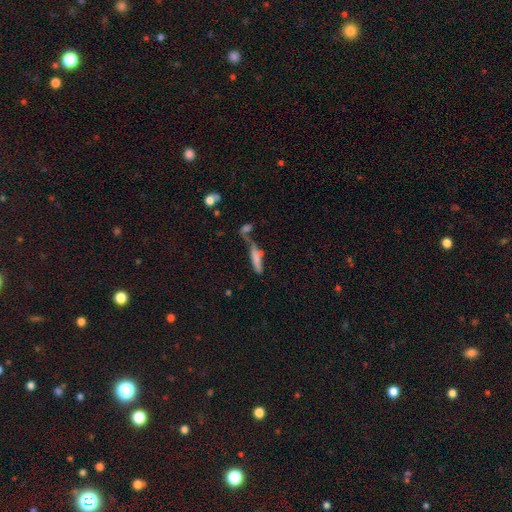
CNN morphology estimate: Smooth or featured?
  - smooth: 67% *
  - featured or disk: 24%
  - star or artifact: 9%
How rounded?
  - cigar-shaped: 76% *
  - in between: 22%
  - round: 2%
Merging?
  - merger: 36% *
  - none: 32%
  - minor disturbance: 18%
  - major disturbance: 14%